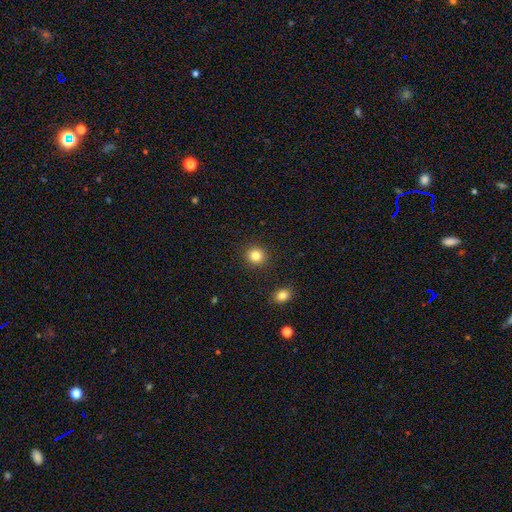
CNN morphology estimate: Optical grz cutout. It shows a smooth galaxy with no disk features (83%) that is round (89%). Merging: none (91%).